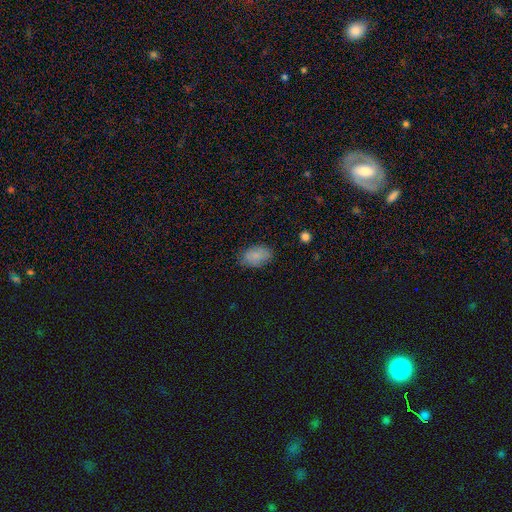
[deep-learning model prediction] Overall: smooth (83%). How rounded: in between (89%). Merging: none (81%).